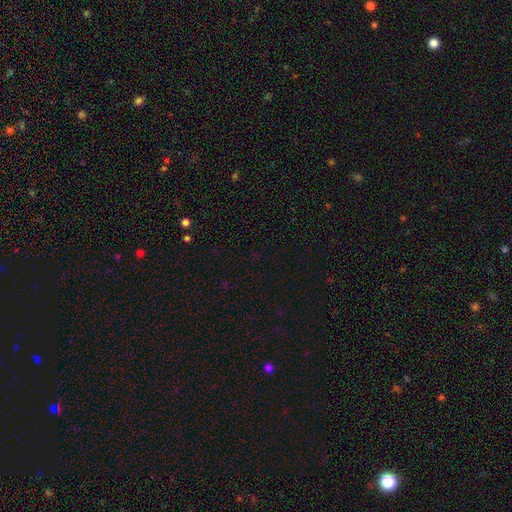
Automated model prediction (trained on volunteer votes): smooth-or-featured: star or artifact: 68% | smooth: 25% | featured or disk: 7%